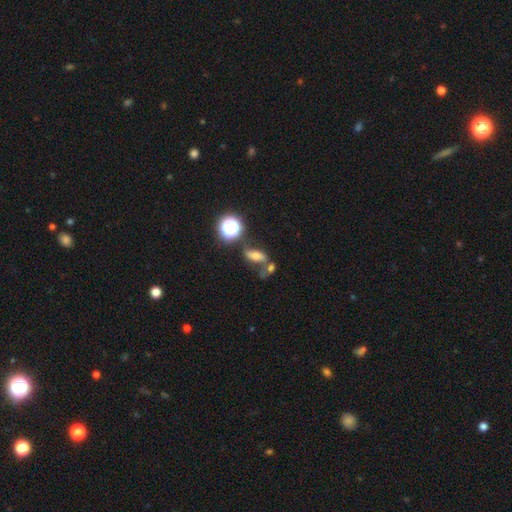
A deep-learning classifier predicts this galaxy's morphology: A smooth galaxy with no disk features (50%). Merging: none (44%).